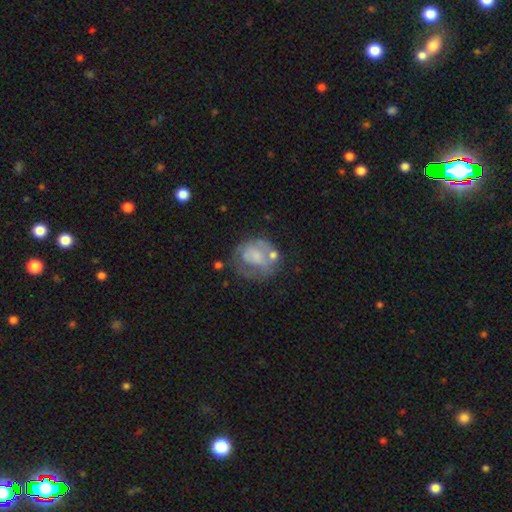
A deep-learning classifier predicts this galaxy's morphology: type=featured or disk (50%); merging=none (40%).